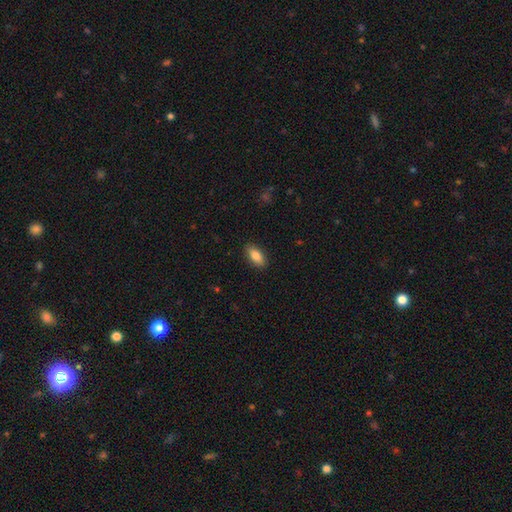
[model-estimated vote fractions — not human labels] smooth-or-featured: smooth: 83% | featured or disk: 10% | star or artifact: 7%
  how-rounded: in between: 87% | cigar-shaped: 10% | round: 3%
  merging: none: 89% | minor disturbance: 8% | major disturbance: 2% | merger: 1%